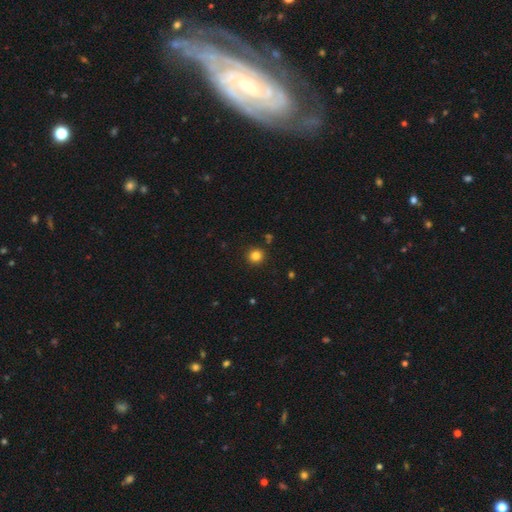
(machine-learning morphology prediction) A smooth galaxy with no disk features (83%) that is round (93%).

Vote fractions:
- Smooth or featured? smooth: 83% / star or artifact: 12% / featured or disk: 5%
- How rounded? round: 93% / in between: 6% / cigar-shaped: 1%
- Merging? none: 91% / minor disturbance: 6% / merger: 2% / major disturbance: 2%